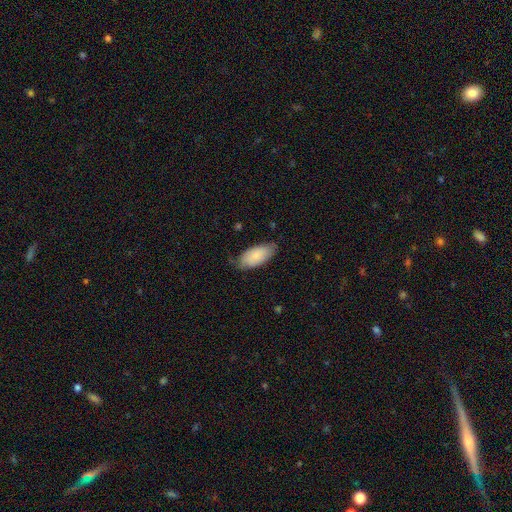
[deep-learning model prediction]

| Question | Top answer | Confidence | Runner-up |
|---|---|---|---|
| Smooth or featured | smooth | 85% | featured or disk (9%) |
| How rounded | in between | 91% | cigar-shaped (7%) |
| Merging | none | 68% | minor disturbance (27%) |